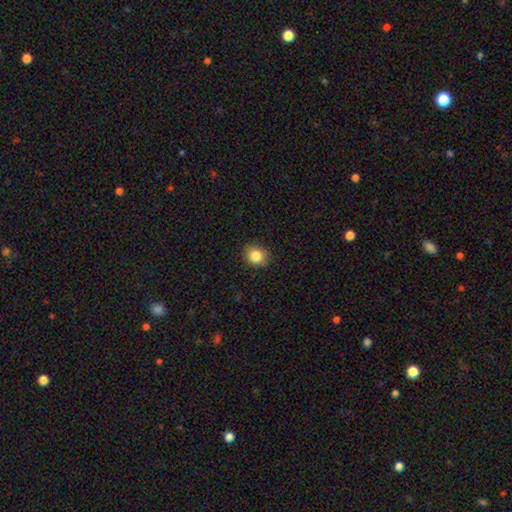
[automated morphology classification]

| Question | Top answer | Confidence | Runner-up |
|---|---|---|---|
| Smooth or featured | smooth | 86% | star or artifact (10%) |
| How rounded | round | 78% | in between (21%) |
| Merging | none | 86% | minor disturbance (10%) |